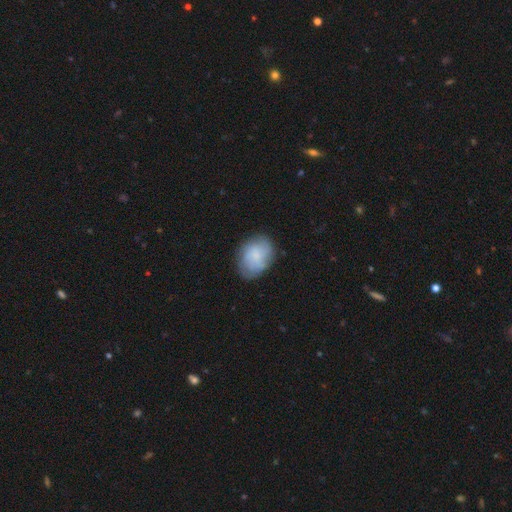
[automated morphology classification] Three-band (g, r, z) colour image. It shows a smooth galaxy with no disk features (65%) that is in between round and cigar-shaped (66%). Merging: none (73%).